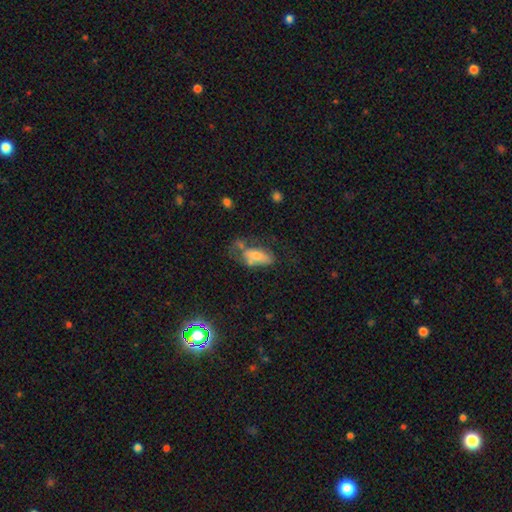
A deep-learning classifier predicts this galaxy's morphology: Smooth or featured? smooth (61%)
How rounded? in between (84%)
Merging? none (30%, tied with major disturbance)